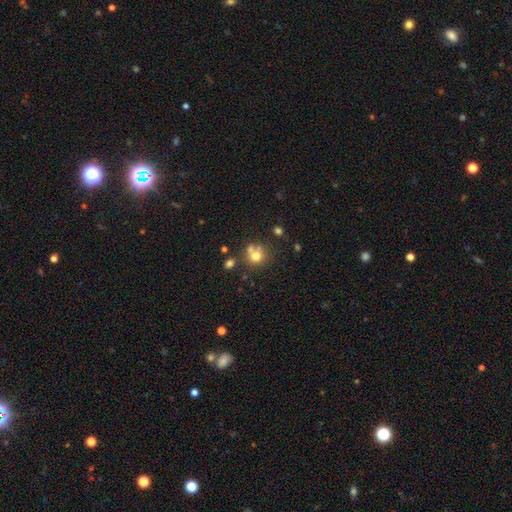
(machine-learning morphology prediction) A smooth galaxy with no disk features (71%) that is round (83%).

Vote fractions:
- Smooth or featured? smooth: 71% / featured or disk: 15% / star or artifact: 14%
- How rounded? round: 83% / in between: 16% / cigar-shaped: 1%
- Merging? none: 53% / merger: 32% / minor disturbance: 11% / major disturbance: 5%